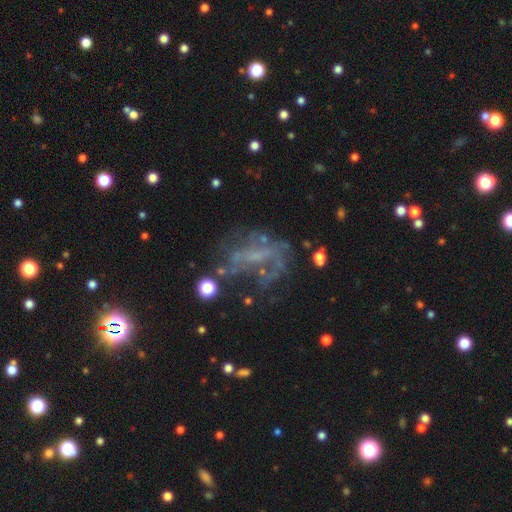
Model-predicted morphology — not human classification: Smooth or featured? featured or disk (55%)
Edge-on disk? no (95%)
Bar? no (57%)
Spiral arms? no (61%)
Bulge size? none (62%)
Merging? none (38%)